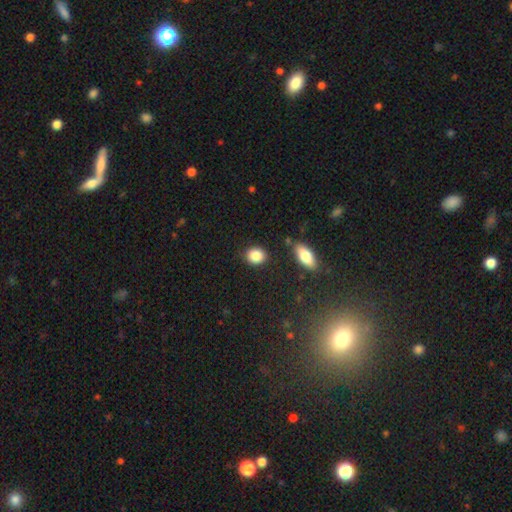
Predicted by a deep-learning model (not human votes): Overall: smooth (87%). How rounded: round (58%; in between 40%). Merging: none (85%).